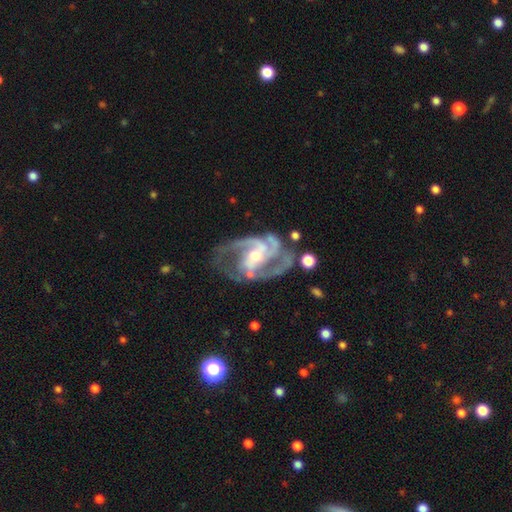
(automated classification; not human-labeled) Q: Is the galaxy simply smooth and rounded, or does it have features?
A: featured or disk — 92%.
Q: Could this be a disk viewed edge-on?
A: no — 98%.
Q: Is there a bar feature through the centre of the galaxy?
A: weak — 40%.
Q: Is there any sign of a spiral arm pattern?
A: yes — 98%.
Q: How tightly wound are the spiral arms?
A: medium — 53%.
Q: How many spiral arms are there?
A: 3 — 43%.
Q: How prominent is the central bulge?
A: moderate — 59%.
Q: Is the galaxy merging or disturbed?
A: none — 58%.